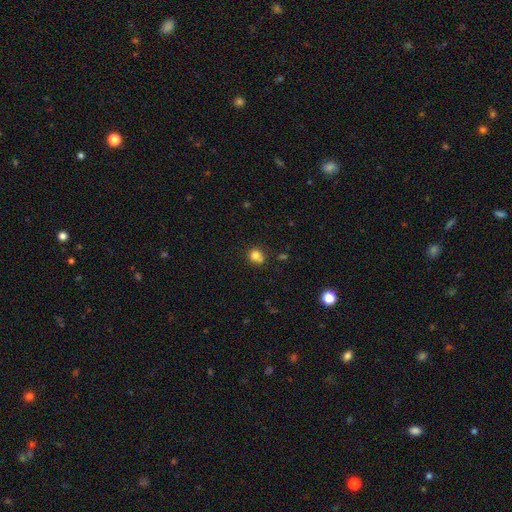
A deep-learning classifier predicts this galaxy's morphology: Smooth or featured: smooth — 79% (star or artifact — 12%)
How rounded: round — 83% (in between — 16%)
Merging: none — 59% (merger — 21%)